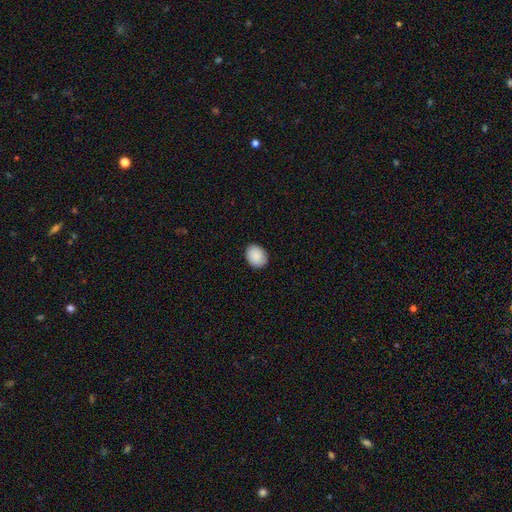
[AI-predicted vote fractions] The model was most divided on "how rounded": in between: 56%, round: 44%, cigar-shaped: 1%. More confident: smooth or featured — smooth (90%); merging — none (88%).